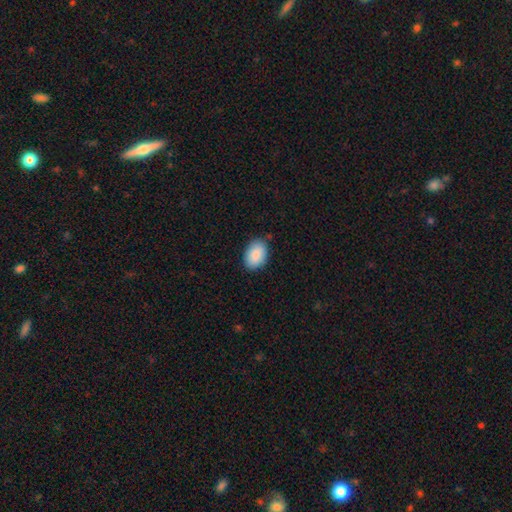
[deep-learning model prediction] A smooth galaxy with no disk features (90%) that is in between round and cigar-shaped (89%).

Vote fractions:
- Smooth or featured? smooth: 90% / star or artifact: 6% / featured or disk: 4%
- How rounded? in between: 89% / round: 10% / cigar-shaped: 1%
- Merging? none: 84% / minor disturbance: 13% / major disturbance: 2% / merger: 1%